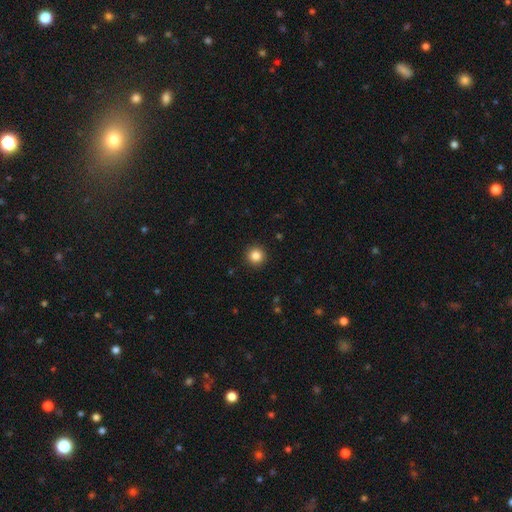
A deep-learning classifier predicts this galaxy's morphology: type=smooth (84%); roundness=round (96%); merging=none (93%).